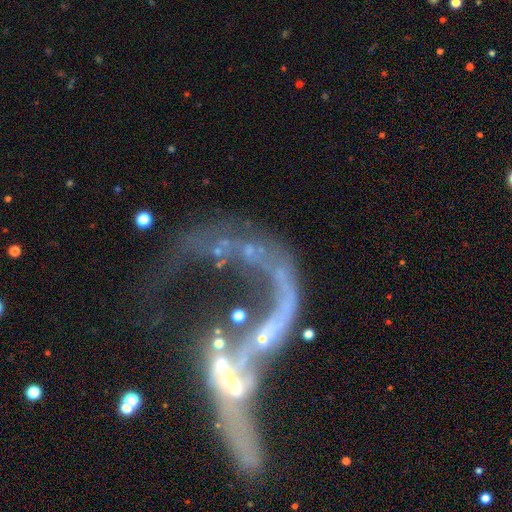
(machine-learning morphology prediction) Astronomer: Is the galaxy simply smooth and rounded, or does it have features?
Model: featured or disk — 76%.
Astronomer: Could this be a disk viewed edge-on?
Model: no — 93%.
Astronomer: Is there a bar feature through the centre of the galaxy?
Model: no — 63%.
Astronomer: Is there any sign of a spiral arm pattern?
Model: yes — 52% (runner-up: no, 48%).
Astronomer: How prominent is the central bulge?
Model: small — 45% (runner-up: none, 36%).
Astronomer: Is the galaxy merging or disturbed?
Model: merger — 39%, tied with major disturbance at 39%.